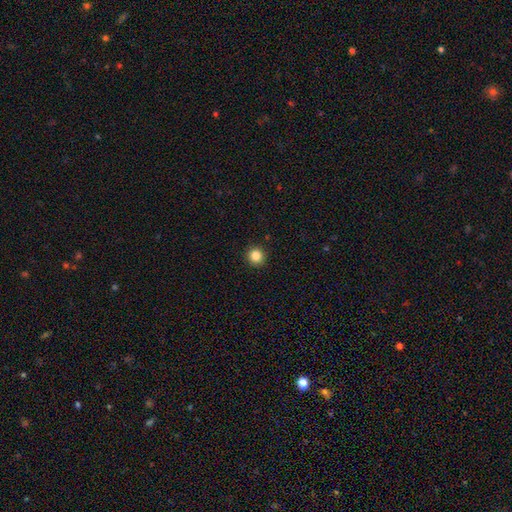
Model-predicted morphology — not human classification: smooth 85%, star or artifact 11%, featured or disk 4%. Down the decision tree: how rounded — round (93%); merging — none (93%).